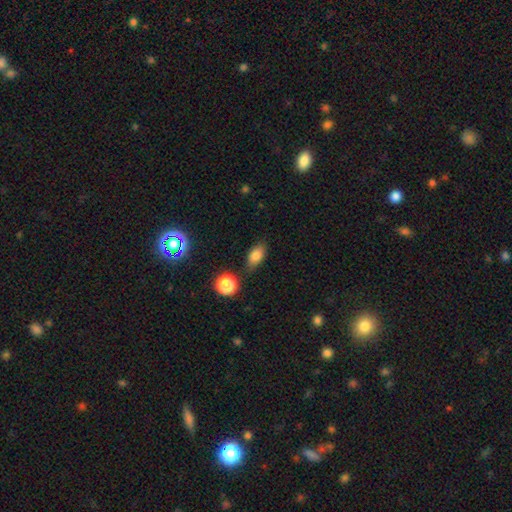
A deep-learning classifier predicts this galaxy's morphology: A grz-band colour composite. It shows a smooth galaxy with no disk features (80%) that is in between round and cigar-shaped (84%). Merging: none (73%).